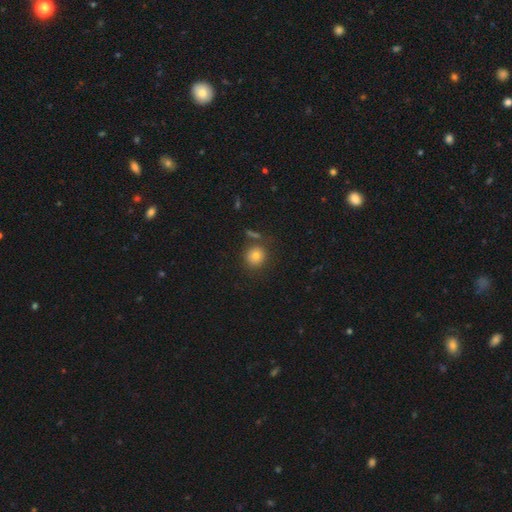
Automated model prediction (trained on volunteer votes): Smooth or featured: smooth — 77% (star or artifact — 12%)
How rounded: round — 89% (in between — 10%)
Merging: none — 77% (minor disturbance — 11%)